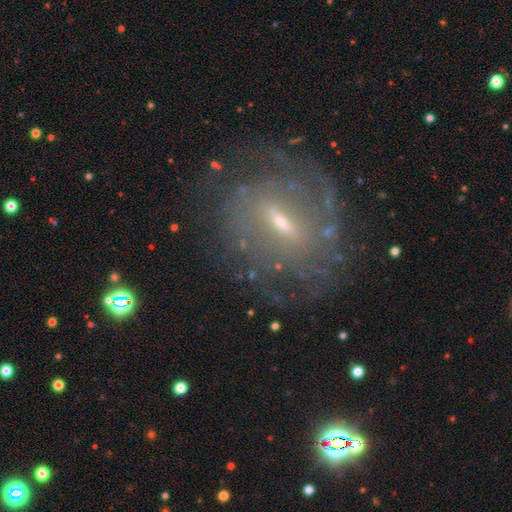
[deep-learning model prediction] Smooth or featured? Predicted: featured or disk (p=0.79). Edge-on disk? Predicted: no (p=0.91). Bar? Predicted: weak (p=0.47). Spiral arms? Predicted: yes (p=0.83). Spiral winding? Predicted: tight (p=0.66). Spiral arm count? Predicted: can't tell (p=0.56). Bulge size? Predicted: small (p=0.61). Merging? Predicted: none (p=0.76).